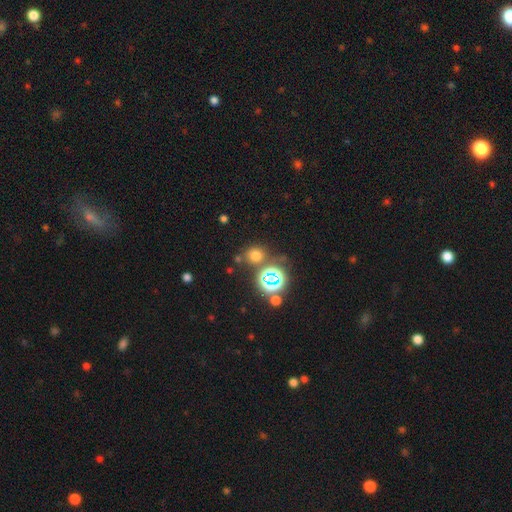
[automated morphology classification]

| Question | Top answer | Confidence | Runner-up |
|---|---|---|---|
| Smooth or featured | smooth | 64% | star or artifact (29%) |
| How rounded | round | 84% | in between (15%) |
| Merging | none | 76% | minor disturbance (10%) |